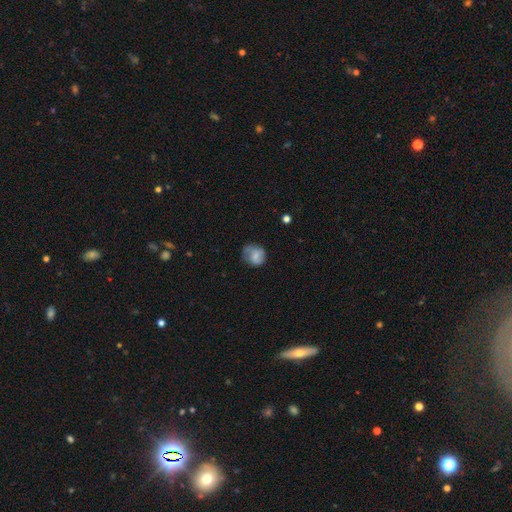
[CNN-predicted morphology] Overall: smooth (65%; featured or disk 27%). How rounded: round (70%). Merging: none (49%; minor disturbance 32%).